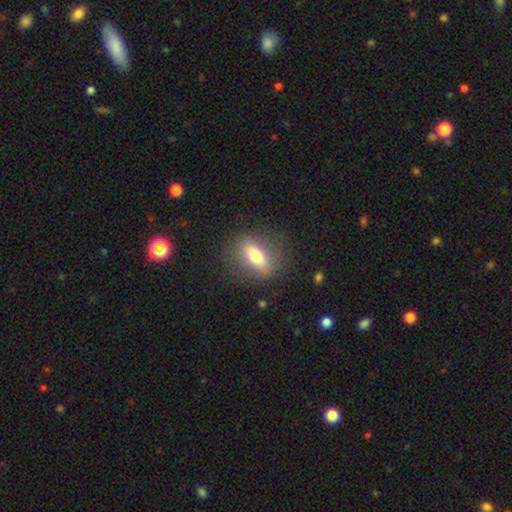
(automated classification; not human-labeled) Overall: smooth (64%; featured or disk 28%). How rounded: in between (66%). Merging: none (80%).